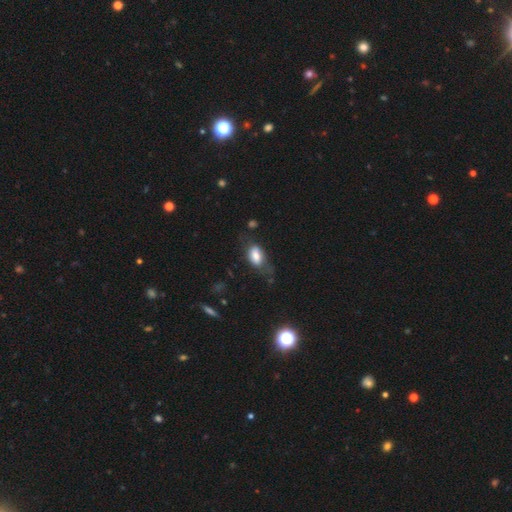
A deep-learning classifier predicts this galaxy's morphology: Smooth or featured? smooth (71%)
How rounded? in between (90%)
Merging? none (48%)